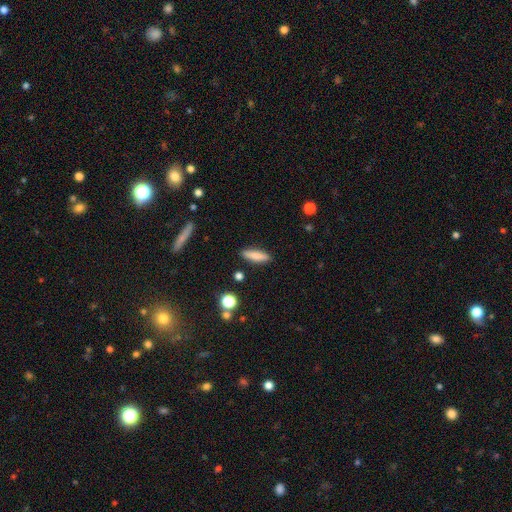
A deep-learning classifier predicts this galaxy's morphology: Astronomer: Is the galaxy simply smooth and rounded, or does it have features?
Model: smooth — 81%.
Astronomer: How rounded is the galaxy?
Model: cigar-shaped — 68%.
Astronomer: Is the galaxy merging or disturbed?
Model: none — 88%.